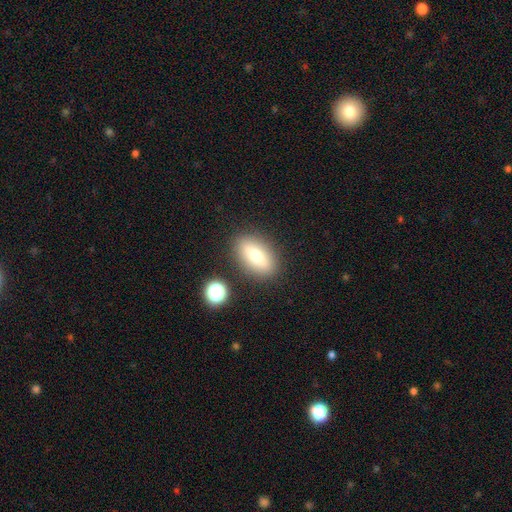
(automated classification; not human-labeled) smooth 68%, featured or disk 23%, star or artifact 9%. Down the decision tree: how rounded — in between (82%); merging — none (85%).